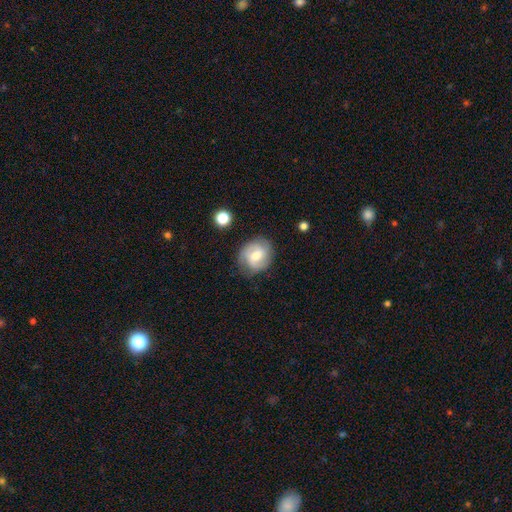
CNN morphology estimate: This appears to be a featured or disk galaxy (60%) with a weak bar (52%), 2 (67%) medium (45%) spiral arms (88%) and a moderate central bulge (65%). Merging: none (77%).